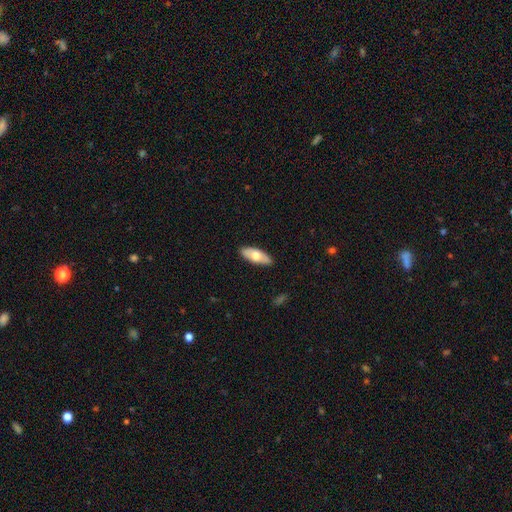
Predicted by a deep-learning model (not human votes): Q: Smooth or featured?
A: smooth (61%); runner-up: featured or disk (34%)
Q: How rounded?
A: in between (79%); runner-up: cigar-shaped (19%)
Q: Merging?
A: none (88%); runner-up: minor disturbance (9%)